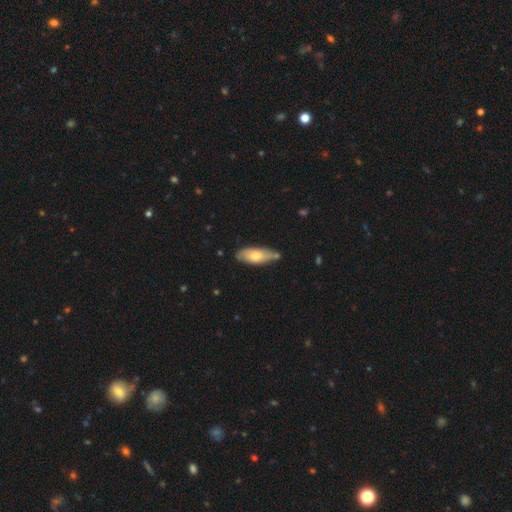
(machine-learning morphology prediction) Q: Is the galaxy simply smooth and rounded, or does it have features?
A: smooth — 65%.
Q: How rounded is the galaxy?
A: in between — 67%.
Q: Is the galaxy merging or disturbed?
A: none — 66%.